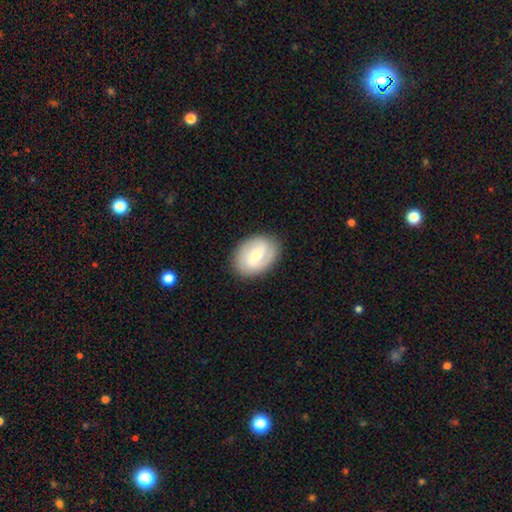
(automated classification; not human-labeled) smooth_or_featured: smooth (p=0.50) [alt: featured or disk p=0.43]
how_rounded: in between (p=0.69) [alt: round p=0.30]
merging: none (p=0.84) [alt: minor disturbance p=0.12]